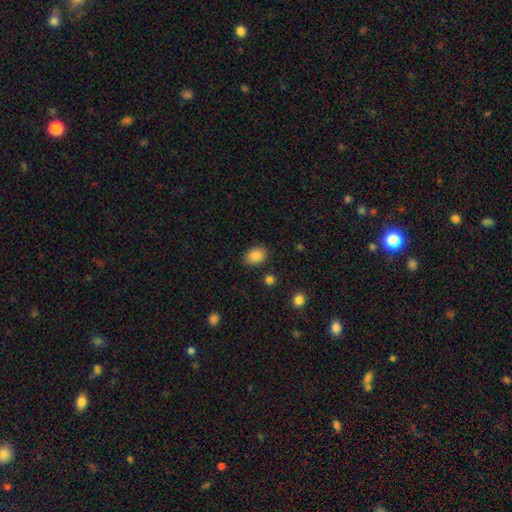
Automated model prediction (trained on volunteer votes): A smooth galaxy with no disk features (87%) that is in between round and cigar-shaped (72%). Merging: none (84%).